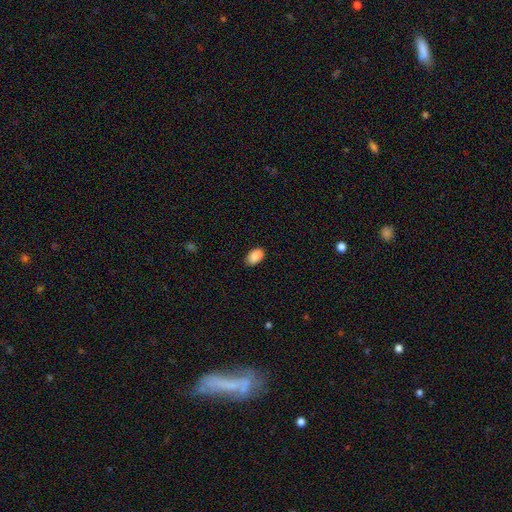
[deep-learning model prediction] The model was most divided on "merging": none: 74%, minor disturbance: 18%, merger: 5%, major disturbance: 4%. More confident: how rounded — in between (91%); smooth or featured — smooth (86%).